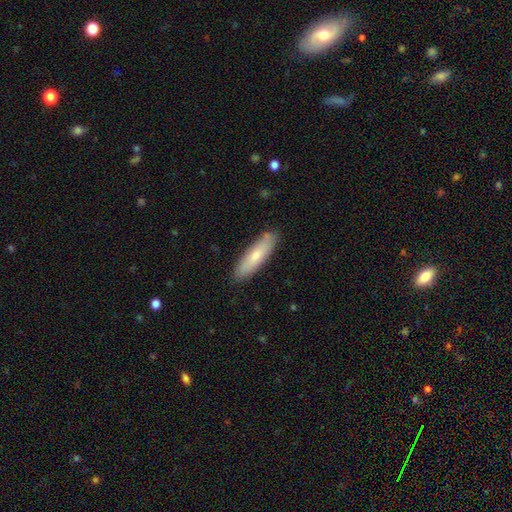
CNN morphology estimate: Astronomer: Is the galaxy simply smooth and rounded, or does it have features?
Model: smooth — 73%.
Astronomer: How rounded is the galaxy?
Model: cigar-shaped — 65%.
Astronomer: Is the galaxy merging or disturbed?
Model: none — 86%.